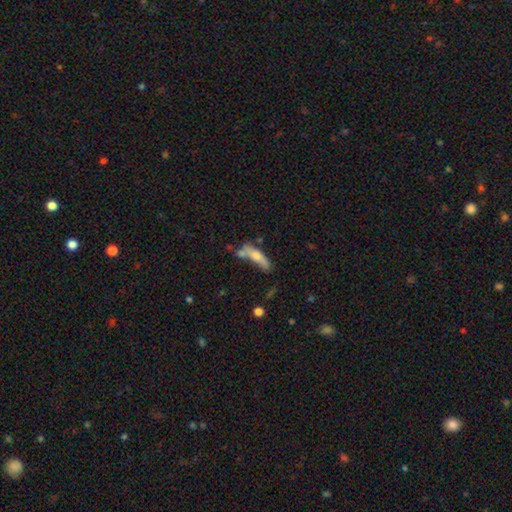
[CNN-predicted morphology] smooth-or-featured: smooth: 64% | featured or disk: 29% | star or artifact: 7%
  how-rounded: cigar-shaped: 64% | in between: 33% | round: 3%
  merging: none: 41% | merger: 23% | minor disturbance: 23% | major disturbance: 12%